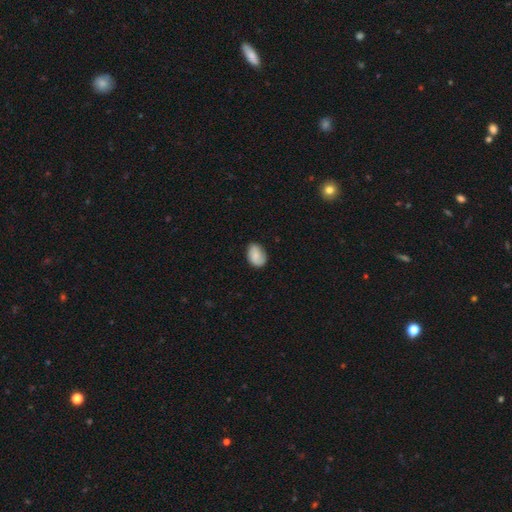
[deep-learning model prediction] Smooth or featured? Predicted: smooth (p=0.79). How rounded? Predicted: in between (p=0.80). Merging? Predicted: none (p=0.75).